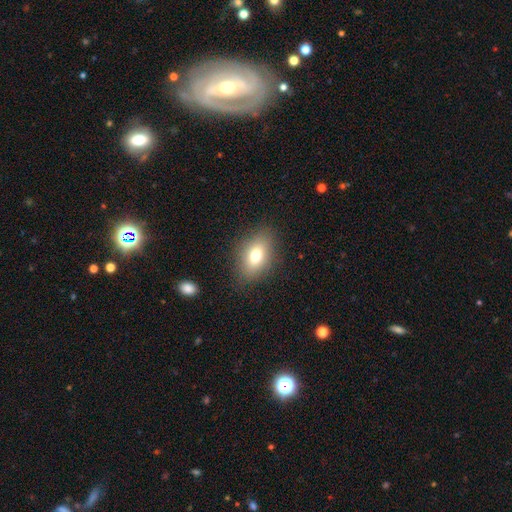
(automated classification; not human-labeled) A smooth galaxy with no disk features (73%) that is in between round and cigar-shaped (80%).

Vote fractions:
- Smooth or featured? smooth: 73% / featured or disk: 16% / star or artifact: 11%
- How rounded? in between: 80% / round: 17% / cigar-shaped: 3%
- Merging? none: 84% / minor disturbance: 10% / major disturbance: 4% / merger: 1%